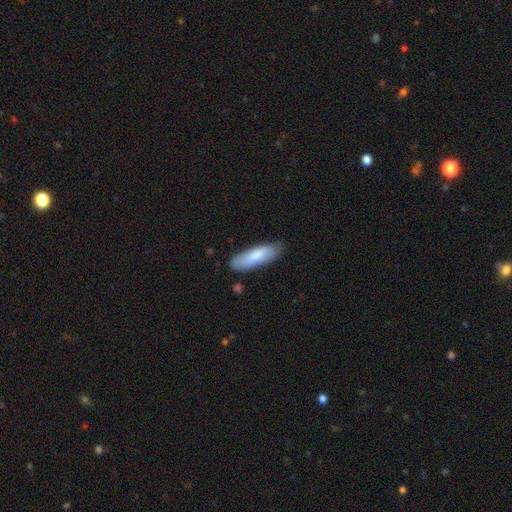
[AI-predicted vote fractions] This appears to be a smooth galaxy with no disk features (78%) that is in between round and cigar-shaped (50%). Merging: none (79%).